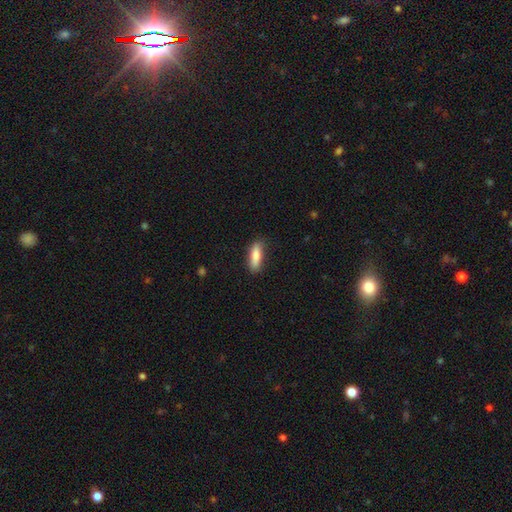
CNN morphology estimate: Smooth or featured? Predicted: smooth (p=0.82). How rounded? Predicted: in between (p=0.51). Merging? Predicted: none (p=0.82).